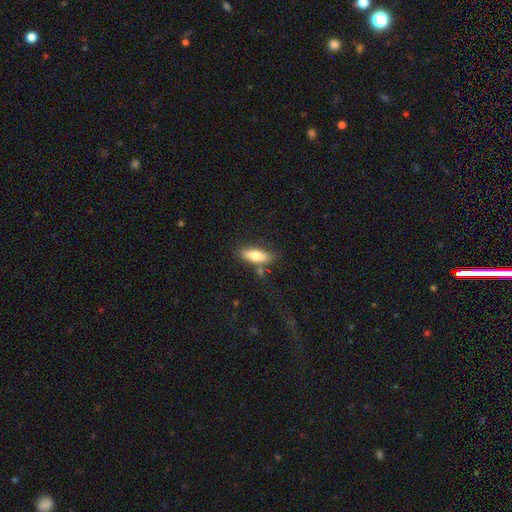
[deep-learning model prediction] Q: Smooth or featured?
A: smooth (73%); runner-up: featured or disk (21%)
Q: How rounded?
A: in between (55%); runner-up: cigar-shaped (42%)
Q: Merging?
A: none (72%); runner-up: minor disturbance (15%)